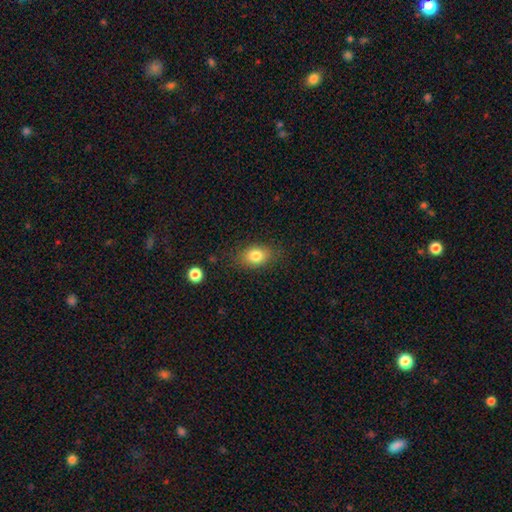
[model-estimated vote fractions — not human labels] Morphology: type=smooth (81%); roundness=in between (69%); merging=none (80%).